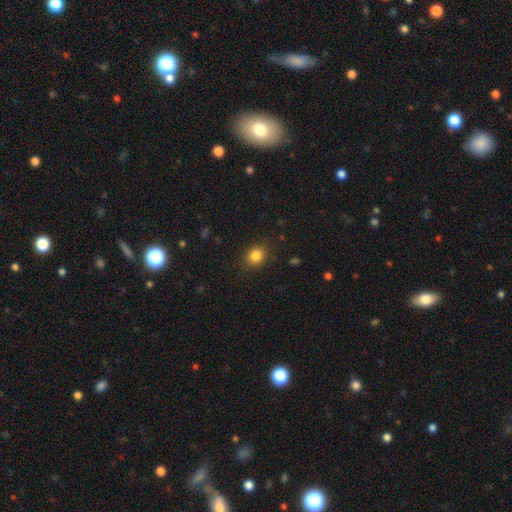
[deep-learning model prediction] Smooth or featured? Predicted: smooth (p=0.84). How rounded? Predicted: round (p=0.72). Merging? Predicted: none (p=0.86).